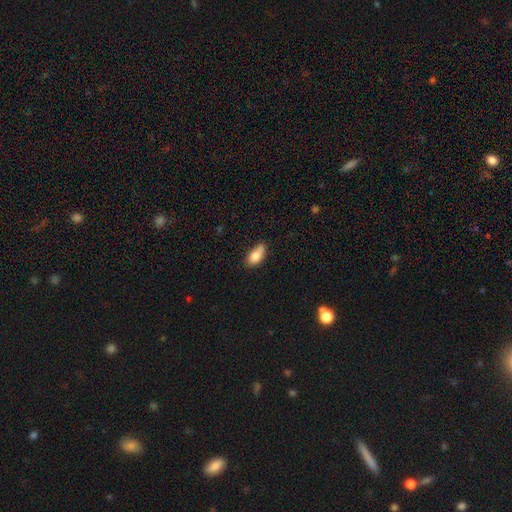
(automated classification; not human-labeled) Smooth or featured?
  - smooth: 81% *
  - featured or disk: 11%
  - star or artifact: 8%
How rounded?
  - in between: 88% *
  - cigar-shaped: 9%
  - round: 4%
Merging?
  - none: 60% *
  - minor disturbance: 30%
  - major disturbance: 5%
  - merger: 4%